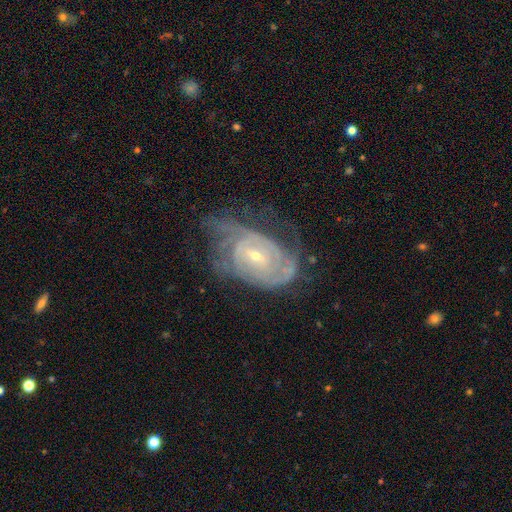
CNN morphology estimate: Smooth or featured? featured or disk (85%)
Edge-on disk? no (96%)
Bar? no (45%)
Spiral arms? yes (93%)
Spiral winding? tight (64%)
Spiral arm count? can't tell (37%)
Bulge size? small (67%)
Merging? none (50%)